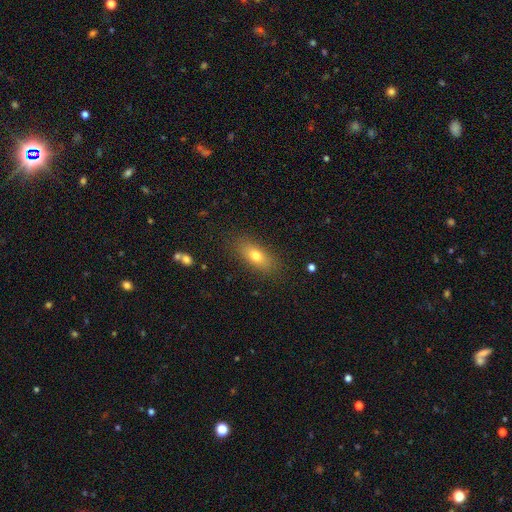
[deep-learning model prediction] This appears to be a smooth galaxy with no disk features (73%) that is in between round and cigar-shaped (75%). Merging: none (85%).